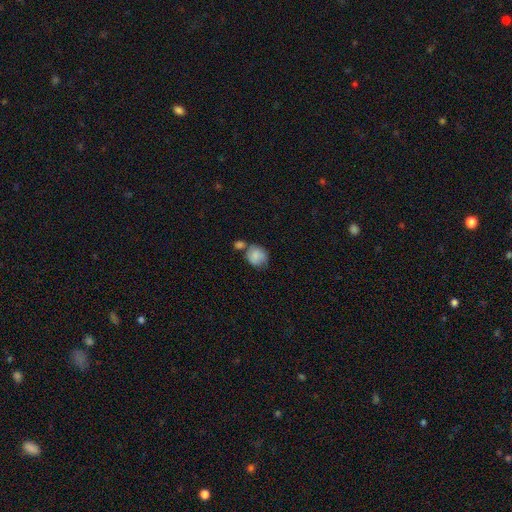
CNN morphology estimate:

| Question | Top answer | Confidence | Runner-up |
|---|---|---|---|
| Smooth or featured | smooth | 80% | featured or disk (12%) |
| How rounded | round | 68% | in between (31%) |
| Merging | none | 42% | merger (31%) |